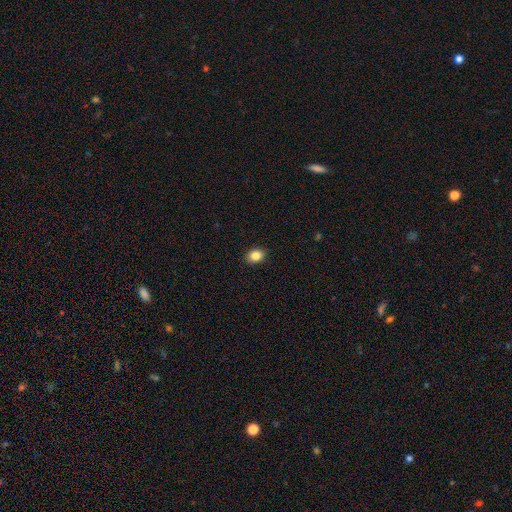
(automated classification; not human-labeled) A smooth galaxy with no disk features (86%) that is in between round and cigar-shaped (61%). Merging: none (90%).